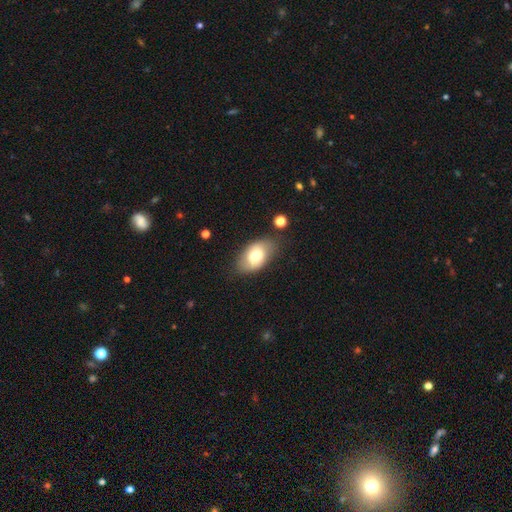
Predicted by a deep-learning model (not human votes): This appears to be a smooth galaxy with no disk features (73%) that is in between round and cigar-shaped (91%). Merging: none (73%).